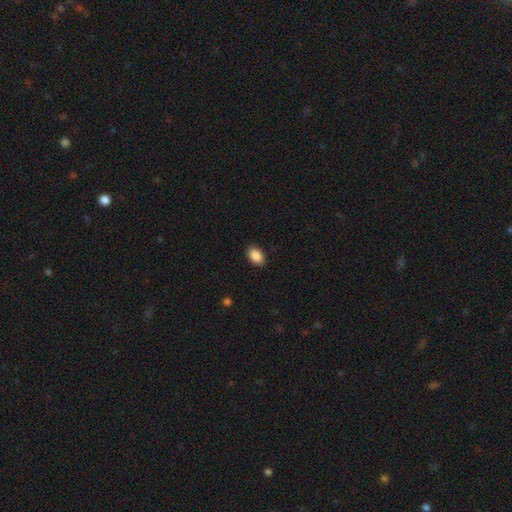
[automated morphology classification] type=smooth (89%); roundness=in between (89%); merging=none (89%).